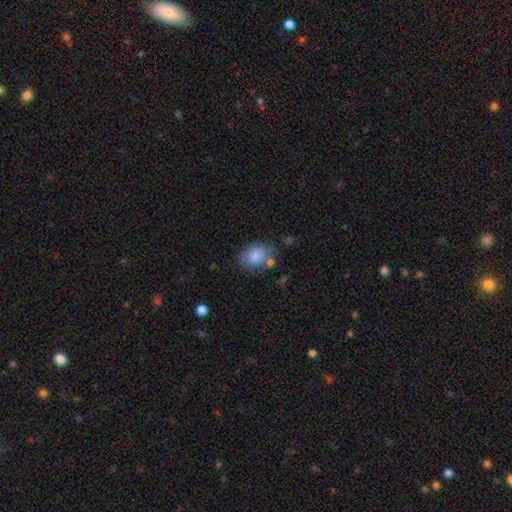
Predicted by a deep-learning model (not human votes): Q: Smooth or featured?
A: smooth (76%); runner-up: featured or disk (16%)
Q: How rounded?
A: in between (76%); runner-up: round (23%)
Q: Merging?
A: none (56%); runner-up: minor disturbance (23%)